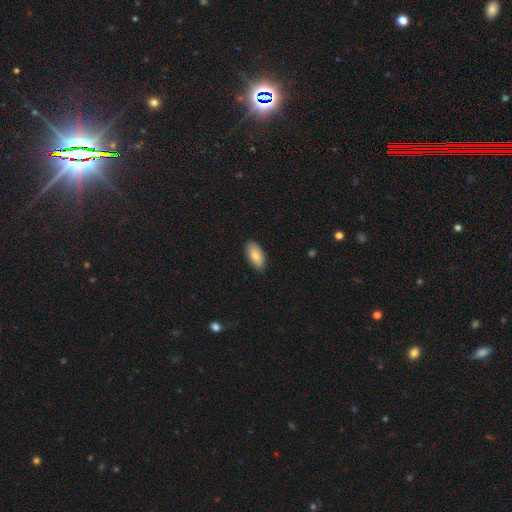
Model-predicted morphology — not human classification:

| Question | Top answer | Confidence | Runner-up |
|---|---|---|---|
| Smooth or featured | smooth | 82% | featured or disk (12%) |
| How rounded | in between | 93% | cigar-shaped (5%) |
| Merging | none | 86% | minor disturbance (12%) |